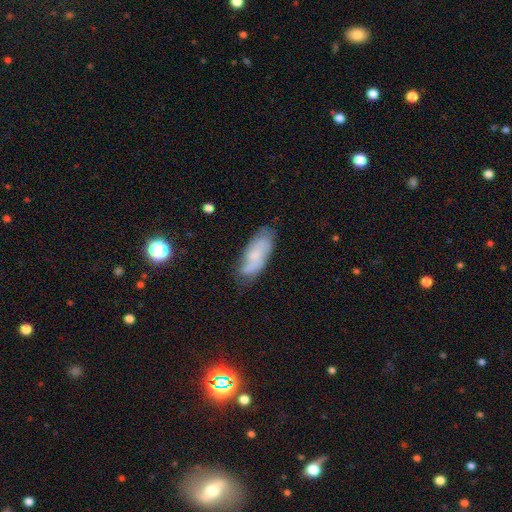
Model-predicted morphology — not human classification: Smooth or featured? smooth (46%)
Merging? none (62%)